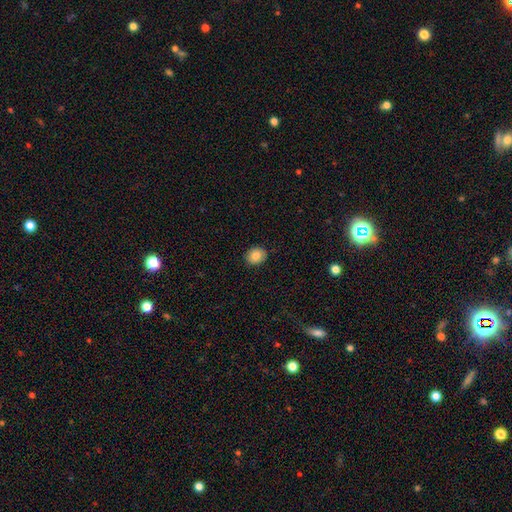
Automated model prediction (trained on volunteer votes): This appears to be a smooth galaxy with no disk features (85%) that is round (67%). Merging: none (88%).